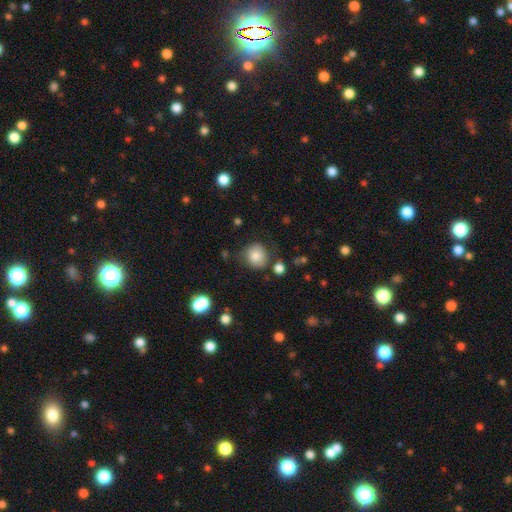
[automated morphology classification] Smooth or featured?
  - smooth: 81% *
  - star or artifact: 10%
  - featured or disk: 9%
How rounded?
  - round: 87% *
  - in between: 12%
  - cigar-shaped: 1%
Merging?
  - none: 74% *
  - minor disturbance: 16%
  - major disturbance: 5%
  - merger: 4%